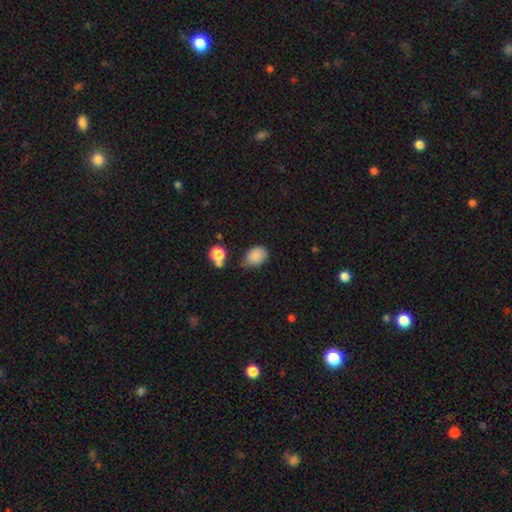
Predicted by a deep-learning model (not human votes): Q: Smooth or featured?
A: smooth (85%); runner-up: star or artifact (9%)
Q: How rounded?
A: in between (76%); runner-up: round (23%)
Q: Merging?
A: none (54%); runner-up: minor disturbance (33%)